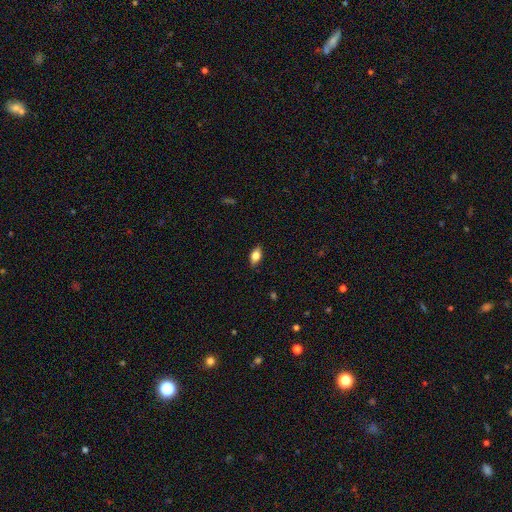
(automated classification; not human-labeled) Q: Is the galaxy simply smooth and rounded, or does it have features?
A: smooth — 77%.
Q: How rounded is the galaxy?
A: in between — 88%.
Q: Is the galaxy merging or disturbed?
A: none — 86%.